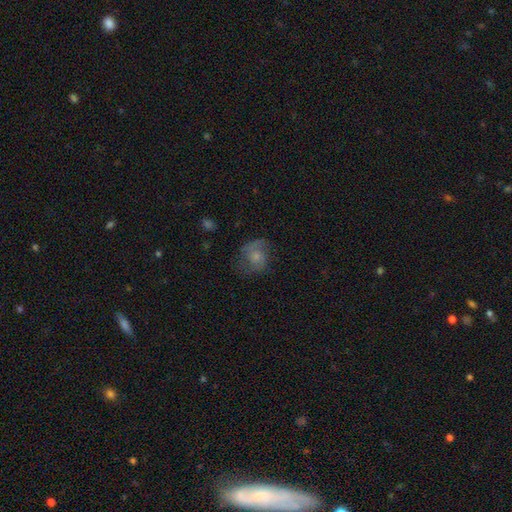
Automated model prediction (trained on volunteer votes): smooth 48%, featured or disk 41%, star or artifact 10%. Down the decision tree: merging — none (53%).